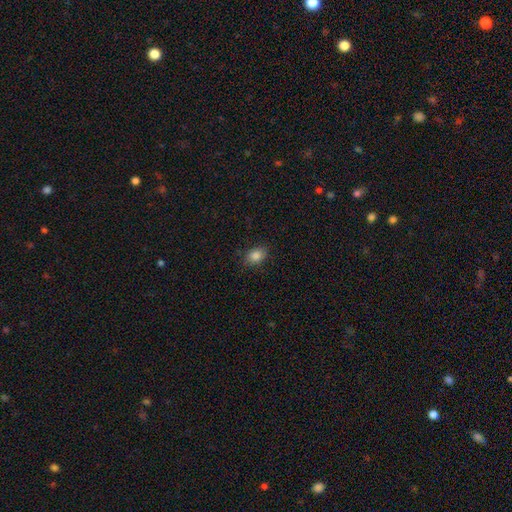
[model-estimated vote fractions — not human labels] Smooth or featured: smooth — 85% (star or artifact — 10%)
How rounded: in between — 76% (round — 23%)
Merging: none — 86% (minor disturbance — 11%)